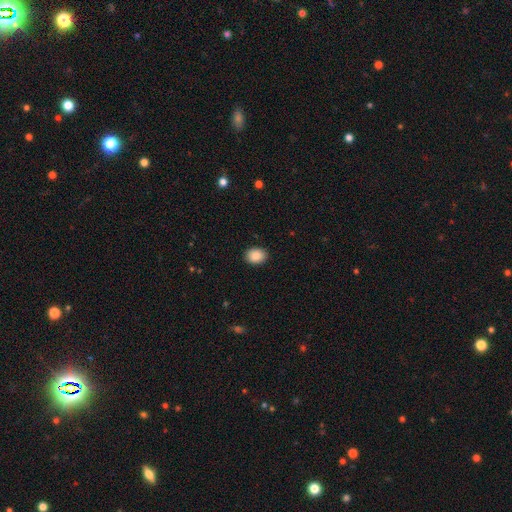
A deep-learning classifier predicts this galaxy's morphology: Smooth or featured: smooth — 88% (star or artifact — 8%)
How rounded: in between — 63% (round — 36%)
Merging: none — 90% (minor disturbance — 7%)